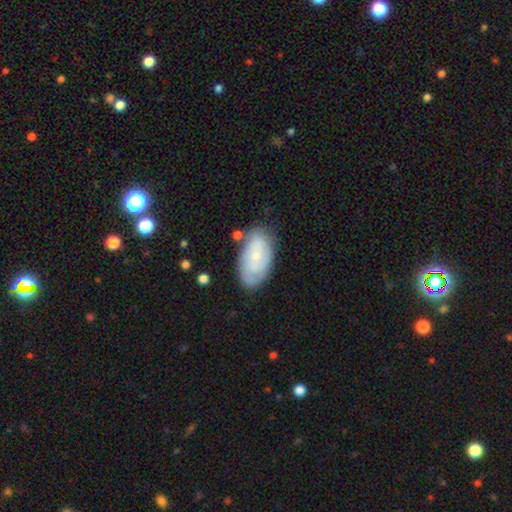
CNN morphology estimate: Overall: smooth (47%; featured or disk 46%). Merging: none (72%).